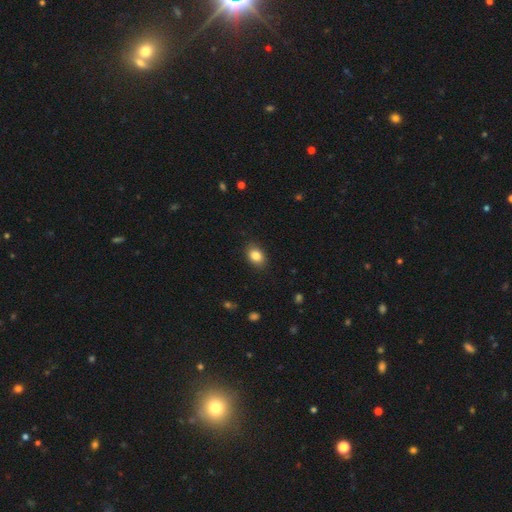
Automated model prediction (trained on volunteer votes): This appears to be a smooth galaxy with no disk features (85%) that is in between round and cigar-shaped (73%). Merging: none (87%).